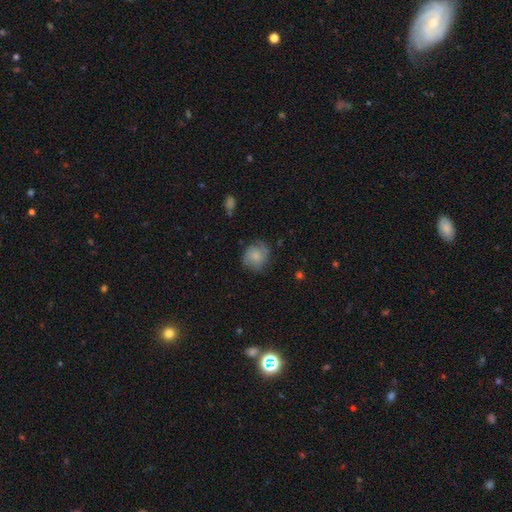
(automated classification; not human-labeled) smooth-or-featured: smooth: 52% | featured or disk: 40% | star or artifact: 8%
  how-rounded: round: 77% | in between: 22% | cigar-shaped: 1%
  merging: none: 71% | minor disturbance: 21% | major disturbance: 7% | merger: 1%